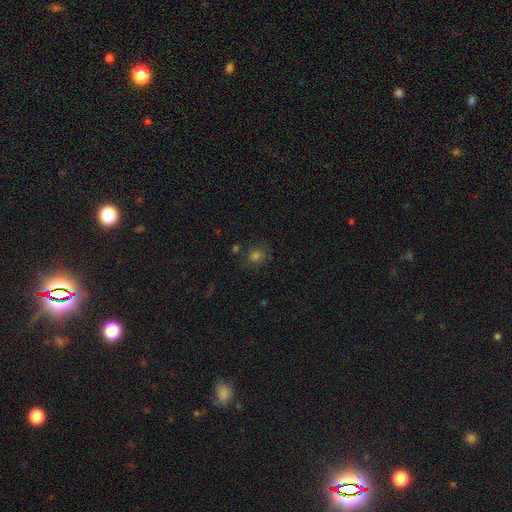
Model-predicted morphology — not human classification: This appears to be a smooth galaxy with no disk features (65%) that is round (82%). Merging: none (76%).